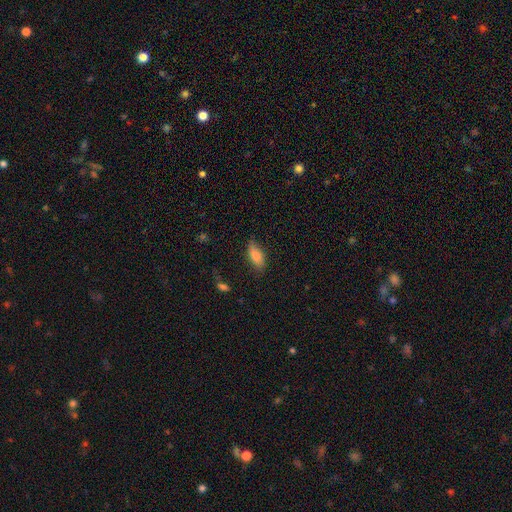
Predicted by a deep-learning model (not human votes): smooth_or_featured: smooth (p=0.77) [alt: featured or disk p=0.16]
how_rounded: in between (p=0.82) [alt: cigar-shaped p=0.15]
merging: none (p=0.79) [alt: minor disturbance p=0.17]